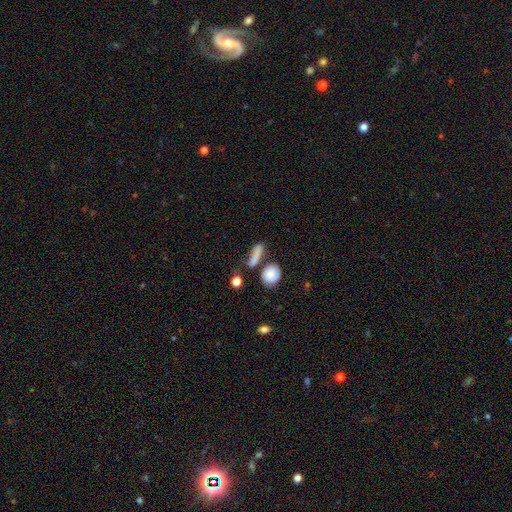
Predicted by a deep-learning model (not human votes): smooth_or_featured: smooth (p=0.78) [alt: featured or disk p=0.12]
how_rounded: in between (p=0.44) [alt: cigar-shaped p=0.40]
merging: none (p=0.49) [alt: merger p=0.22]